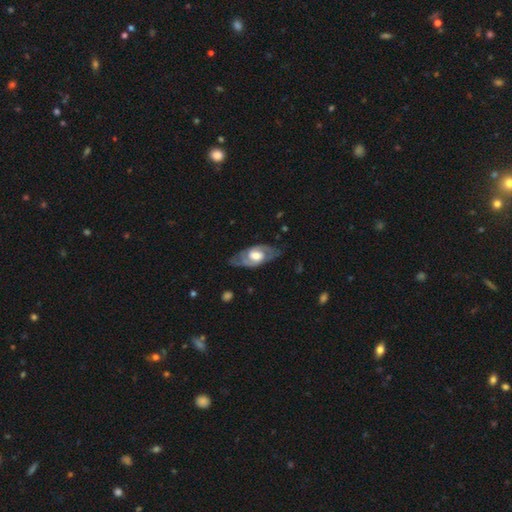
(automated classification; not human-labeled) This appears to be a featured or disk galaxy (77%) with no bar (48%), 2 (81%) medium (45%) spiral arms (82%) and a moderate central bulge (55%). Merging: none (70%).